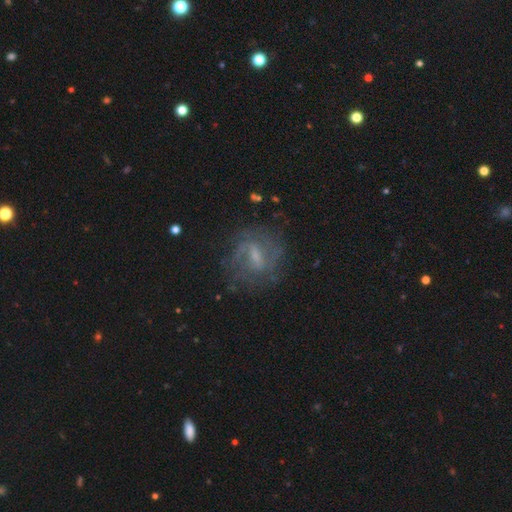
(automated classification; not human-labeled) featured or disk 78%, smooth 14%, star or artifact 9%. Down the decision tree: edge-on disk — no (96%); bar — weak (56%); spiral arms — yes (87%); spiral arm count — 2 (56%); spiral winding — medium (45%); bulge size — small (44%); merging — none (71%).